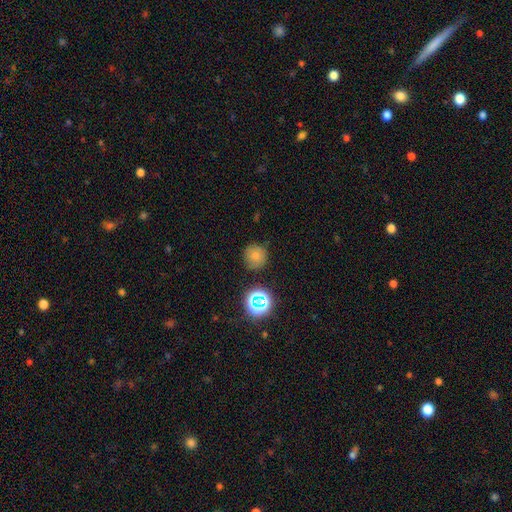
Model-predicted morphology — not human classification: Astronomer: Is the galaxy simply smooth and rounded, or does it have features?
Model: smooth — 72%.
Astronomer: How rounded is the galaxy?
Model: round — 93%.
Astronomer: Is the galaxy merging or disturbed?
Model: none — 81%.